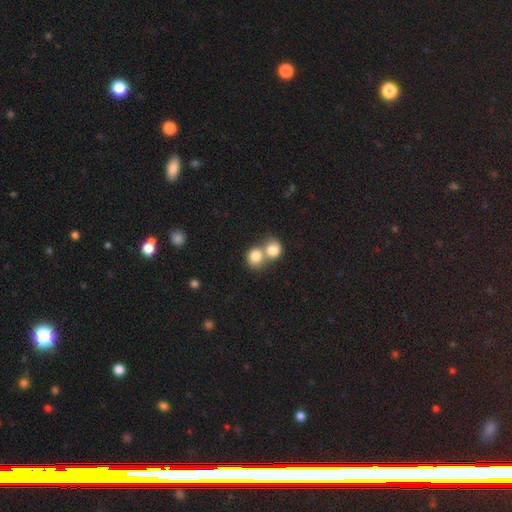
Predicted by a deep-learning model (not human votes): Overall: smooth (81%). How rounded: round (76%). Merging: merger (67%).